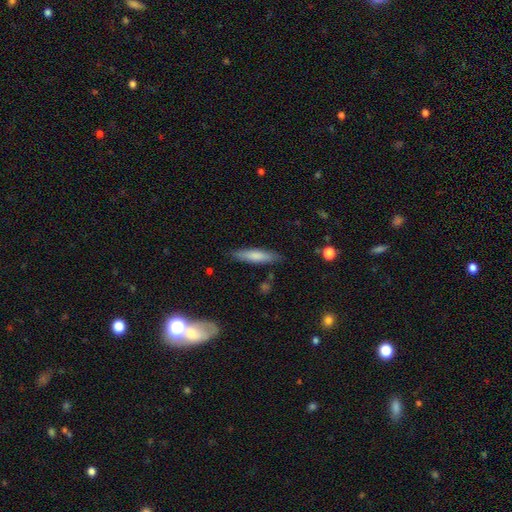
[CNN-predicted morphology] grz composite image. It shows a smooth galaxy with no disk features (74%) that is cigar-shaped (82%). Merging: none (85%).